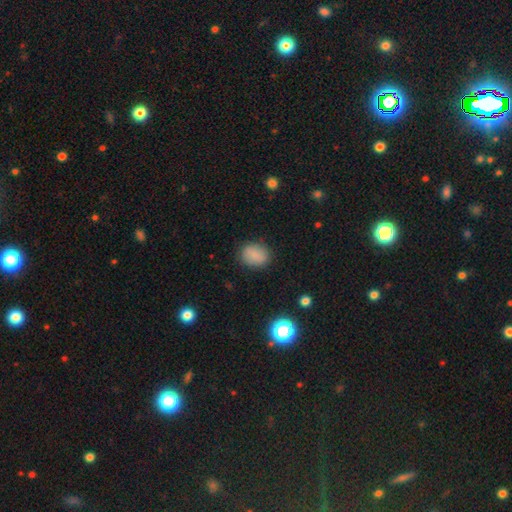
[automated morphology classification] Smooth or featured: smooth — 85% (star or artifact — 11%)
How rounded: in between — 53% (round — 45%)
Merging: none — 84% (minor disturbance — 11%)